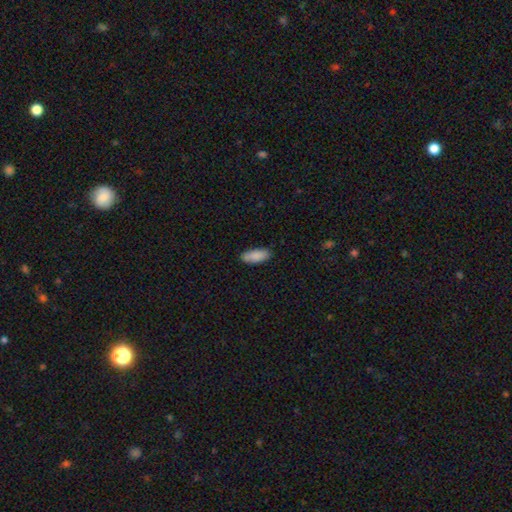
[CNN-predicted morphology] A smooth galaxy with no disk features (89%) that is in between round and cigar-shaped (79%). Merging: none (86%).